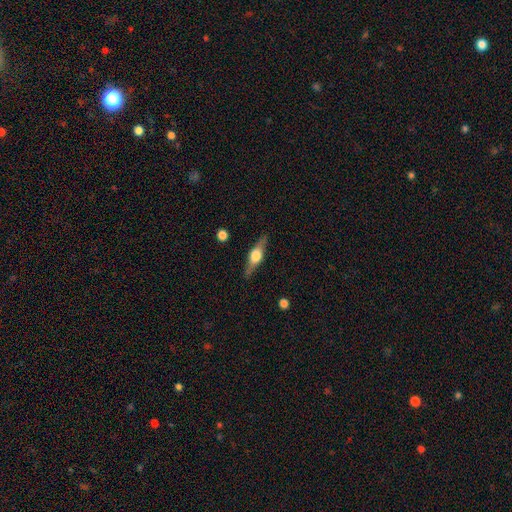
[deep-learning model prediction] This appears to be a featured or disk galaxy (71%) viewed edge-on (96%) with a rounded central bulge (92%). Merging: none (87%).